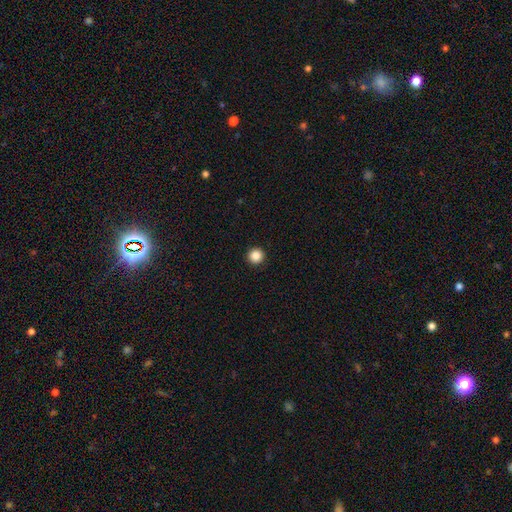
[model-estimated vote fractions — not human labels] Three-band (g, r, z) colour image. It shows a smooth galaxy with no disk features (87%) that is round (96%). Merging: none (94%).